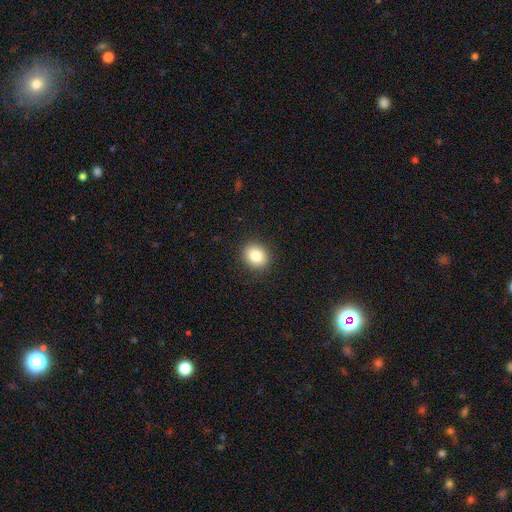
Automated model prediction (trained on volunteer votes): Smooth or featured? smooth (83%)
How rounded? round (64%)
Merging? none (89%)